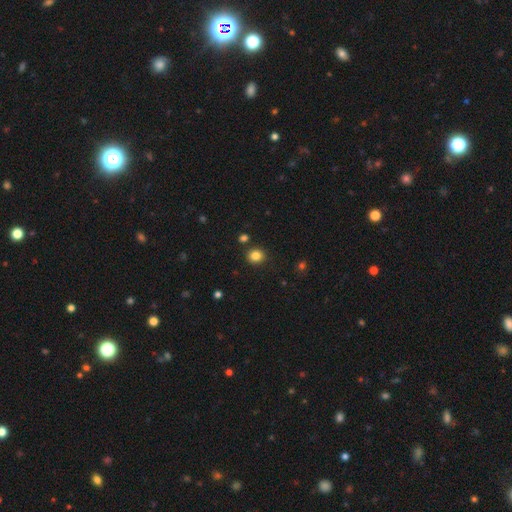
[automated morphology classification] type=smooth (83%); roundness=round (78%); merging=none (87%).